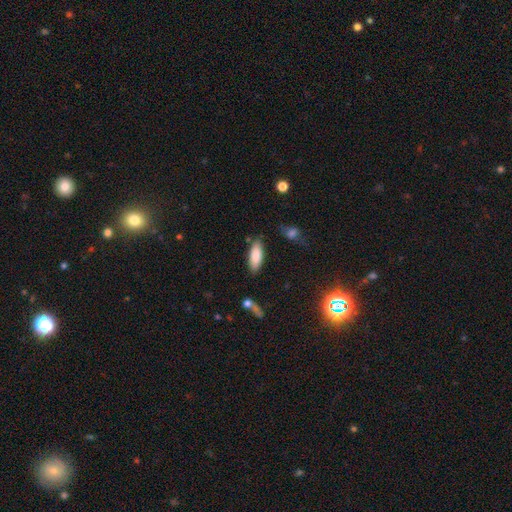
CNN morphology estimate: Overall: smooth (85%). How rounded: in between (73%). Merging: none (82%).